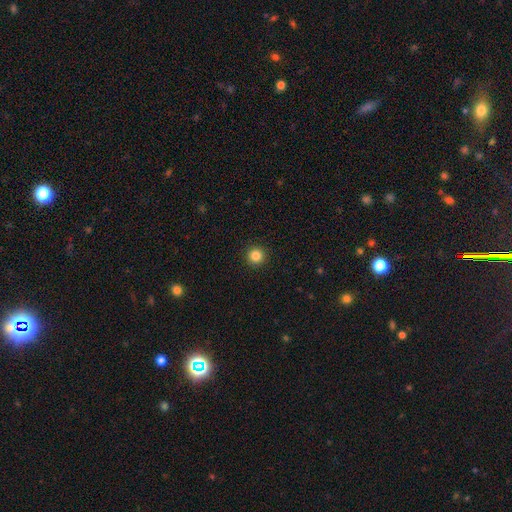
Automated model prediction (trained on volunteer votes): Overall: smooth (85%). How rounded: round (96%). Merging: none (93%).